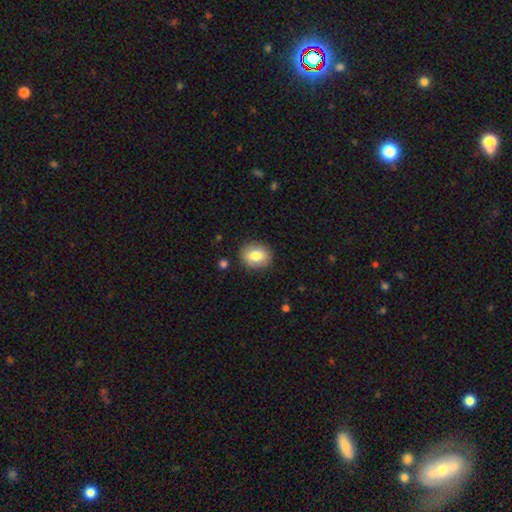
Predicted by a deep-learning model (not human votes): Overall: smooth (77%). How rounded: round (50%; in between 49%). Merging: none (87%).